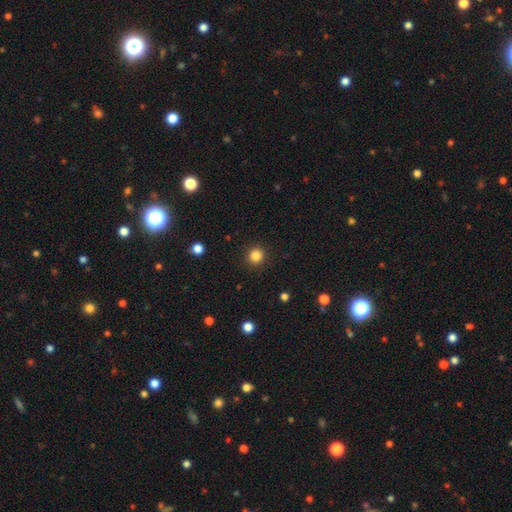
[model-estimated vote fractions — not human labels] smooth-or-featured: smooth: 84% | star or artifact: 12% | featured or disk: 4%
  how-rounded: round: 94% | in between: 5% | cigar-shaped: 1%
  merging: none: 92% | minor disturbance: 5% | major disturbance: 2% | merger: 1%